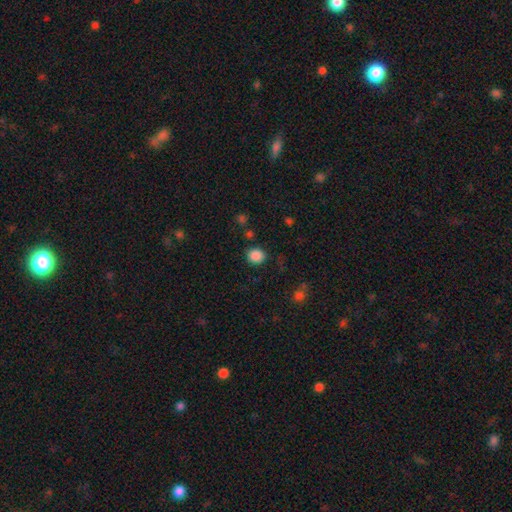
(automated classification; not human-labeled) Smooth or featured? Predicted: smooth (p=0.86). How rounded? Predicted: round (p=0.83). Merging? Predicted: none (p=0.86).